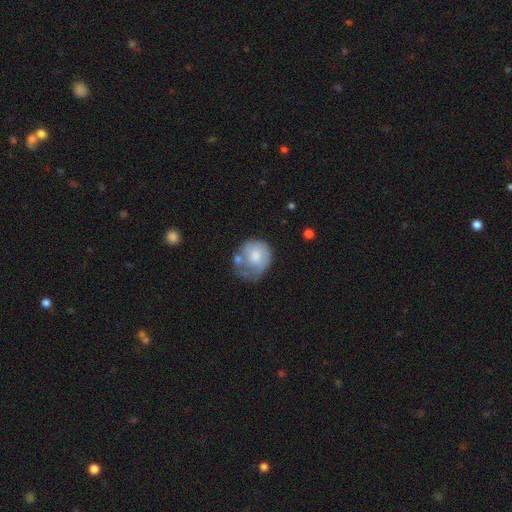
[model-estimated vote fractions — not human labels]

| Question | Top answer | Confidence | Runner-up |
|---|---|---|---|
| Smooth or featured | smooth | 59% | featured or disk (34%) |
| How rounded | round | 73% | in between (27%) |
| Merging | none | 33% | minor disturbance (29%) |